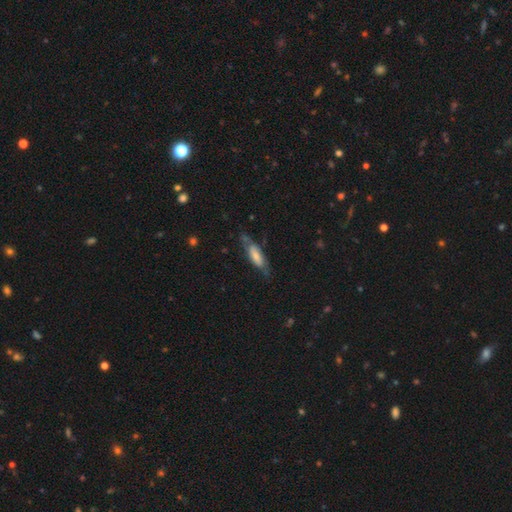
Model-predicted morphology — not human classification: Q: Smooth or featured?
A: smooth (56%); runner-up: featured or disk (37%)
Q: How rounded?
A: in between (53%); runner-up: cigar-shaped (45%)
Q: Merging?
A: none (58%); runner-up: minor disturbance (27%)